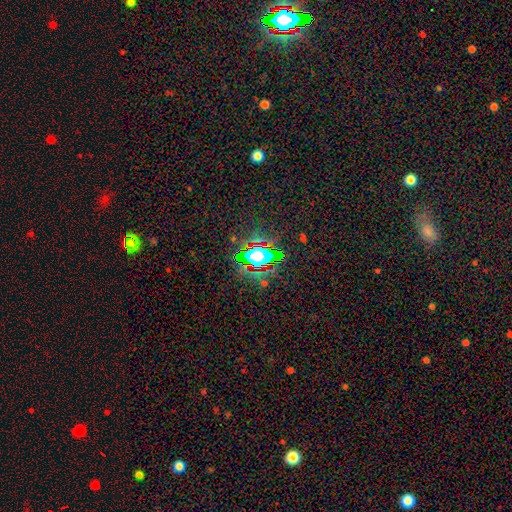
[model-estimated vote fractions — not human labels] Overall: star or artifact (65%).